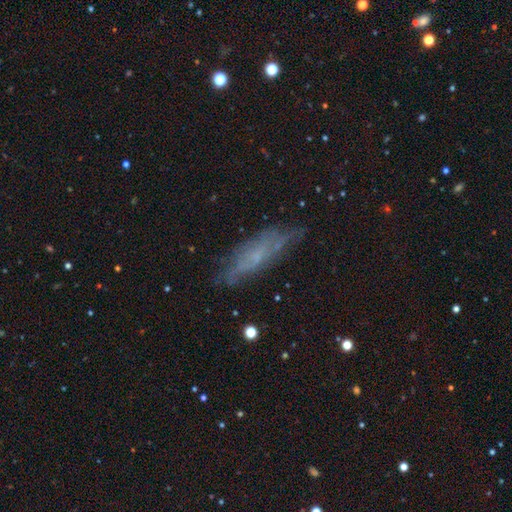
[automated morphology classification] A featured or disk galaxy (48%). Merging: none (75%).